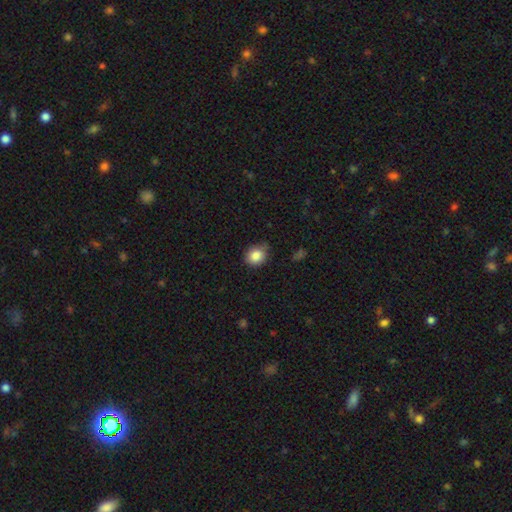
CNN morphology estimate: A smooth galaxy with no disk features (86%) that is round (65%). Merging: none (73%).